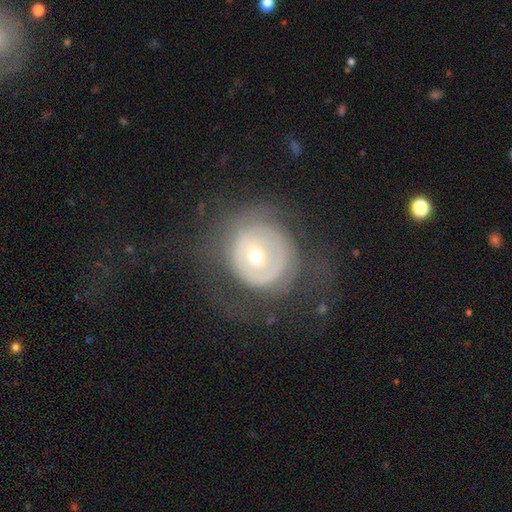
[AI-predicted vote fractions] A featured or disk galaxy (61%) with no bar (72%), no spiral arms (59%) and a small central bulge (56%). Merging: none (58%).